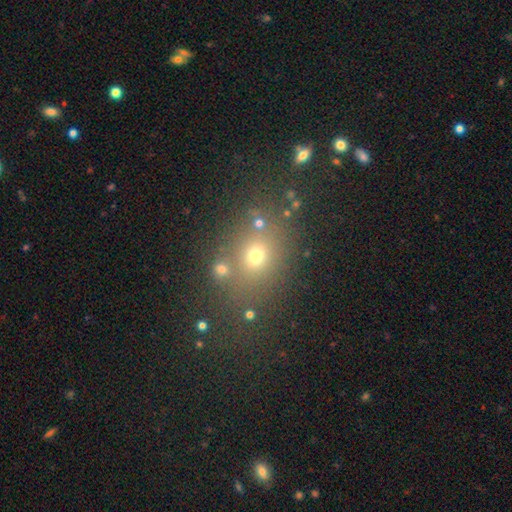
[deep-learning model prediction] Morphology: type=smooth (63%); roundness=round (53%); merging=none (71%).